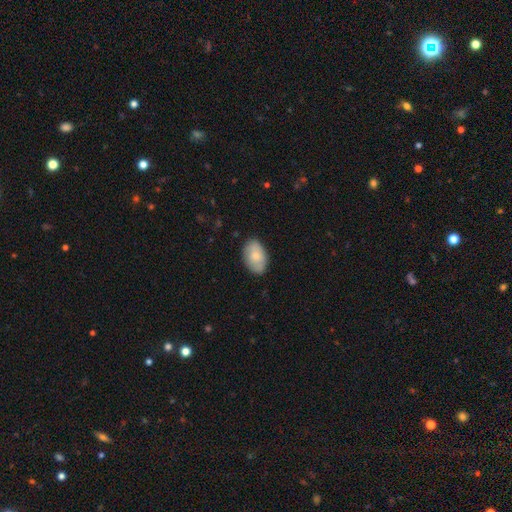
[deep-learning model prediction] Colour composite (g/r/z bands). It shows a smooth galaxy with no disk features (75%) that is in between round and cigar-shaped (90%). Merging: none (81%).